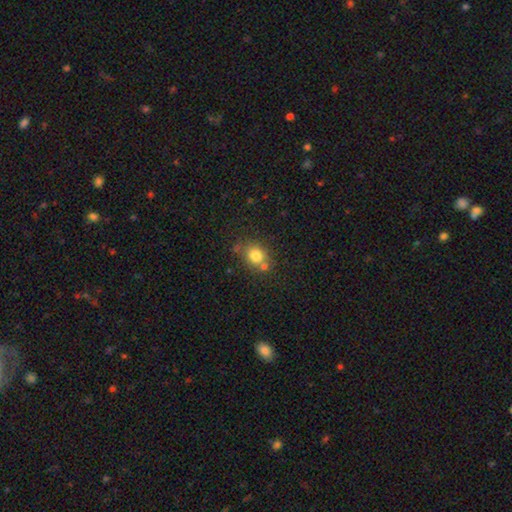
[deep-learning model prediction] smooth_or_featured: smooth (p=0.79) [alt: star or artifact p=0.12]
how_rounded: round (p=0.68) [alt: in between p=0.31]
merging: none (p=0.62) [alt: merger p=0.19]